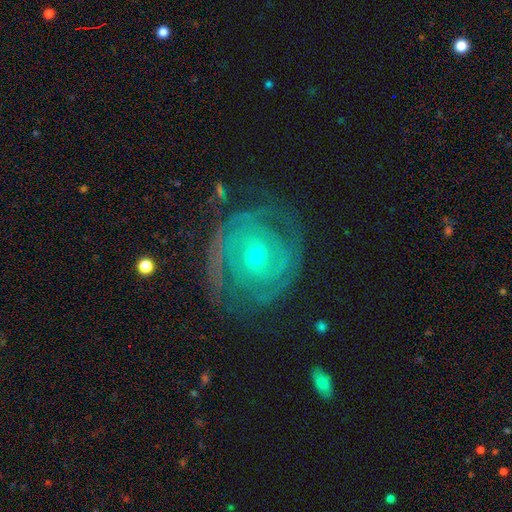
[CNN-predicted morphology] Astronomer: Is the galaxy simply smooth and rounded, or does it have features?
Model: featured or disk — 86%.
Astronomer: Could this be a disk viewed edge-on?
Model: no — 97%.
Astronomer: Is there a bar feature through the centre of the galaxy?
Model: no — 68%.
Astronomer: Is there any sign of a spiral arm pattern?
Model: yes — 94%.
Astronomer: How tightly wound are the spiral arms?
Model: tight — 73%.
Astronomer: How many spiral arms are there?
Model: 2 — 44% (runner-up: can't tell, 25%).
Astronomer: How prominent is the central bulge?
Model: small — 60% (runner-up: moderate, 37%).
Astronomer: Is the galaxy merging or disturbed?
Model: none — 75%.